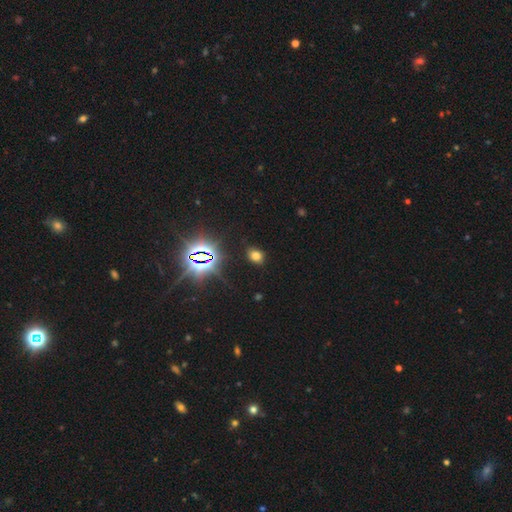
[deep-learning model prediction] smooth_or_featured: smooth (p=0.63) [alt: star or artifact p=0.30]
how_rounded: in between (p=0.62) [alt: round p=0.36]
merging: none (p=0.84) [alt: minor disturbance p=0.11]